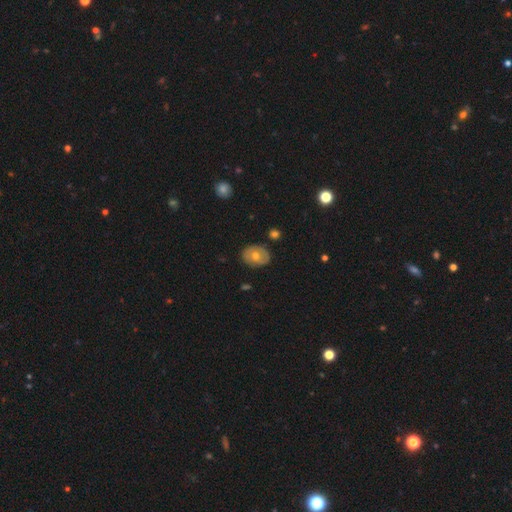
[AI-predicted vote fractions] Overall: smooth (51%; featured or disk 41%). How rounded: in between (63%; round 36%). Merging: none (81%).